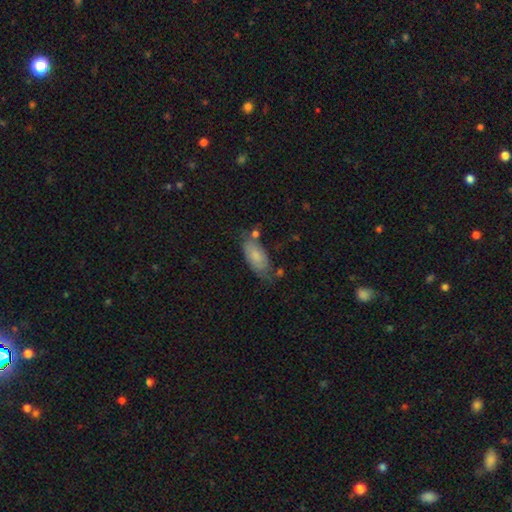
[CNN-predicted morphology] A smooth galaxy with no disk features (72%) that is in between round and cigar-shaped (88%). Merging: none (54%).